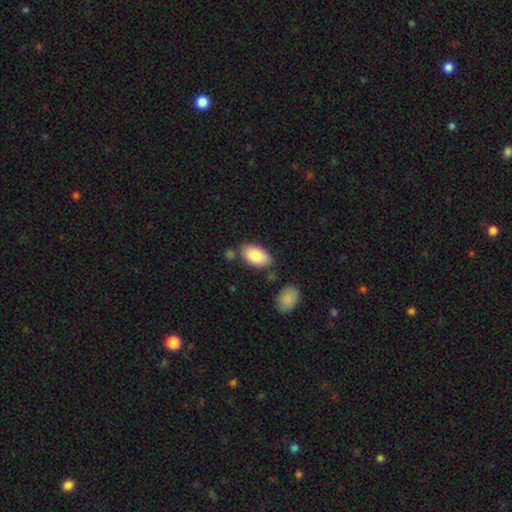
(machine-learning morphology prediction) The model was most divided on "merging": none: 72%, minor disturbance: 15%, merger: 9%, major disturbance: 4%. More confident: how rounded — in between (95%); smooth or featured — smooth (86%).